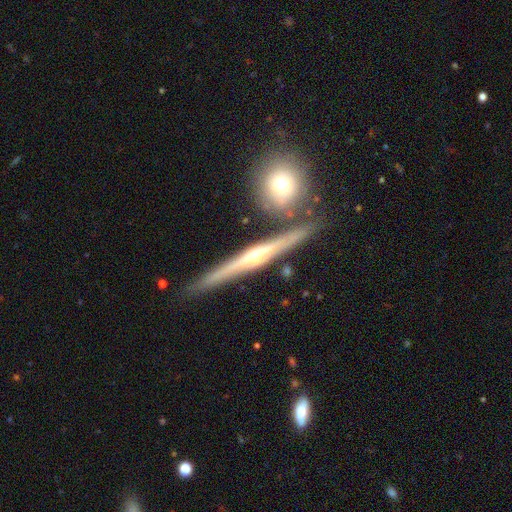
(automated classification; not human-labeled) A featured or disk galaxy (77%) viewed edge-on (97%) with a rounded central bulge (88%). Merging: none (83%).